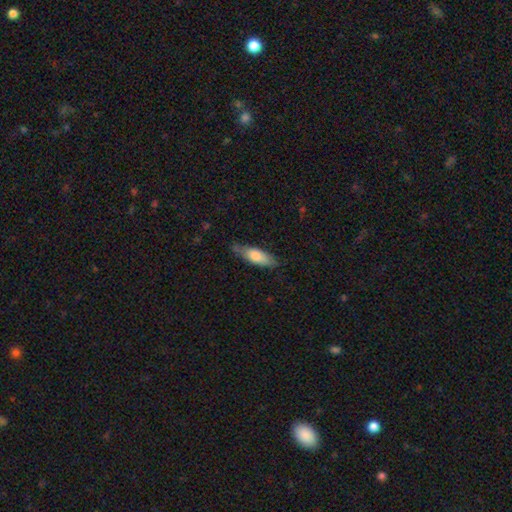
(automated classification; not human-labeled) smooth 70%, featured or disk 24%, star or artifact 6%. Down the decision tree: how rounded — in between (54%); merging — none (70%).